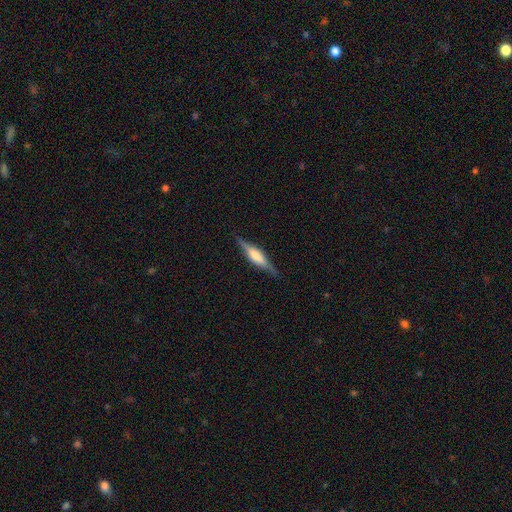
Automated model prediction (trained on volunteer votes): Smooth or featured?
  - featured or disk: 66% *
  - smooth: 28%
  - star or artifact: 6%
Edge-on disk?
  - yes: 97% *
  - no: 3%
Edge-on bulge?
  - rounded: 52% *
  - boxy: 40%
  - none: 8%
Merging?
  - none: 87% *
  - minor disturbance: 9%
  - major disturbance: 2%
  - merger: 1%